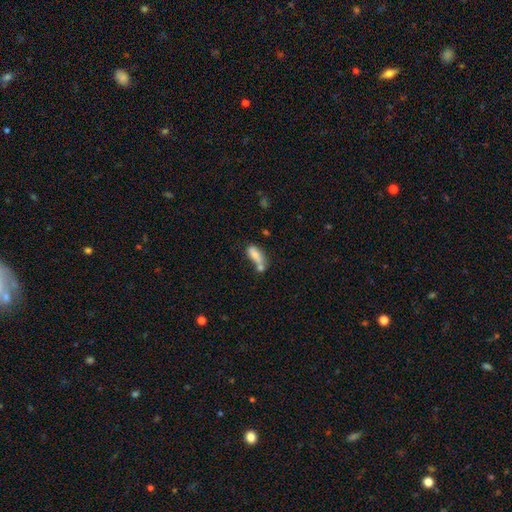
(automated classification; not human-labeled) This appears to be a smooth galaxy with no disk features (76%) that is in between round and cigar-shaped (72%). Merging: merger (48%).